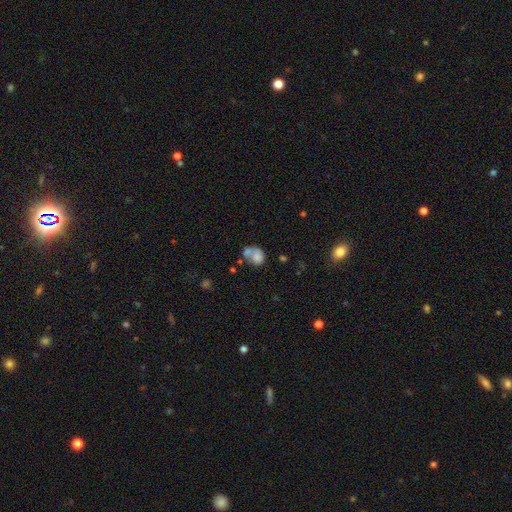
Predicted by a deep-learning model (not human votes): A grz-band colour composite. It shows a smooth galaxy with no disk features (72%) that is in between round and cigar-shaped (51%). Merging: merger (46%).